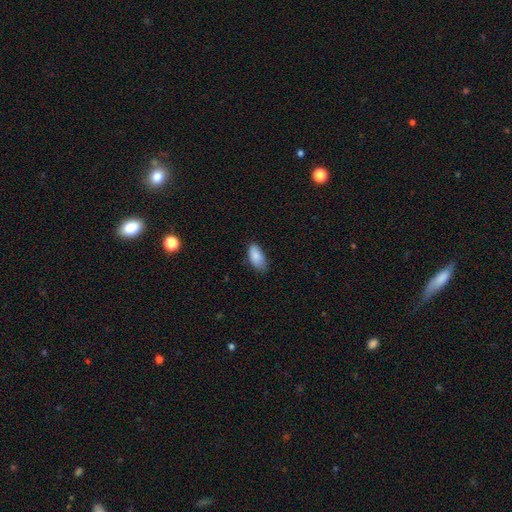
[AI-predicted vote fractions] This is clearly a smooth galaxy (87%). How rounded: clearly in between (91%). Merging: likely none (70%).